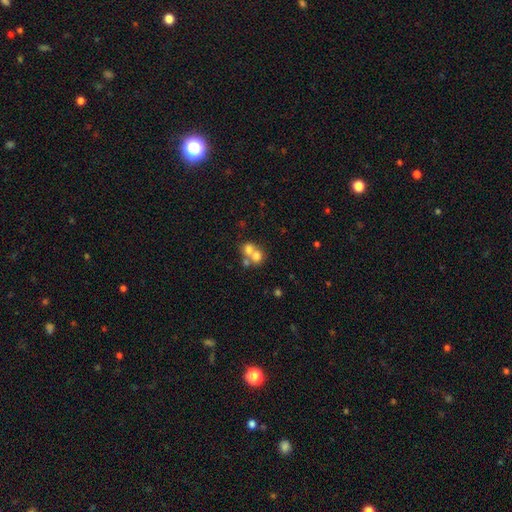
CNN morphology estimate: smooth_or_featured: smooth (p=0.68) [alt: featured or disk p=0.20]
how_rounded: round (p=0.74) [alt: in between p=0.25]
merging: merger (p=0.63) [alt: none p=0.28]